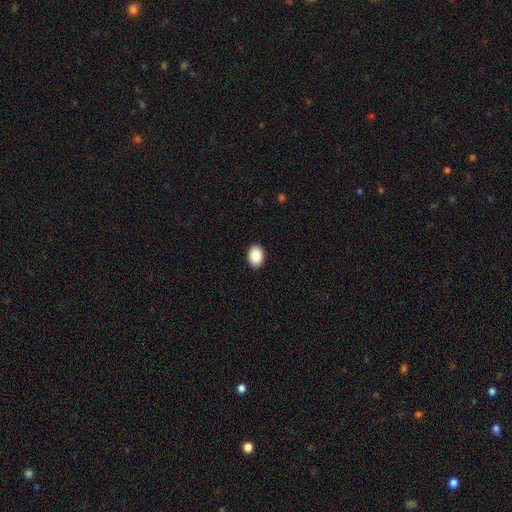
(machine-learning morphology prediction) Smooth or featured? smooth (89%)
How rounded? in between (78%)
Merging? none (91%)